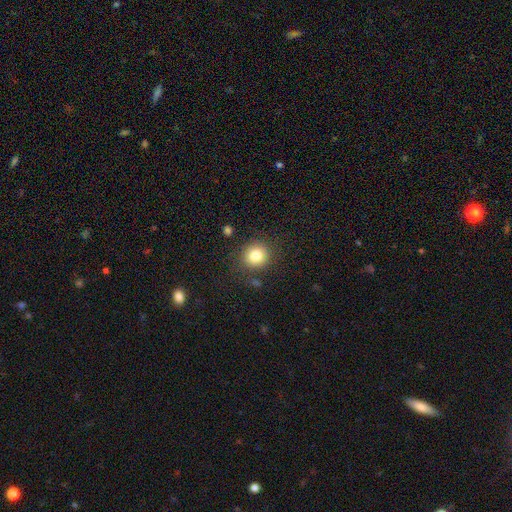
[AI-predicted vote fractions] Smooth or featured? smooth (82%)
How rounded? round (89%)
Merging? none (86%)